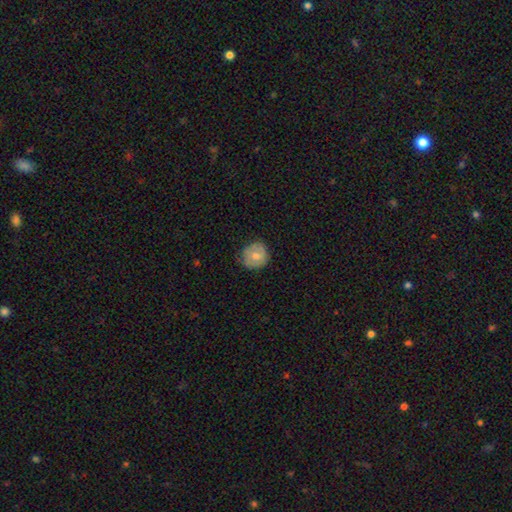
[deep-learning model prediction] A smooth galaxy with no disk features (69%) that is round (86%). Merging: none (76%).